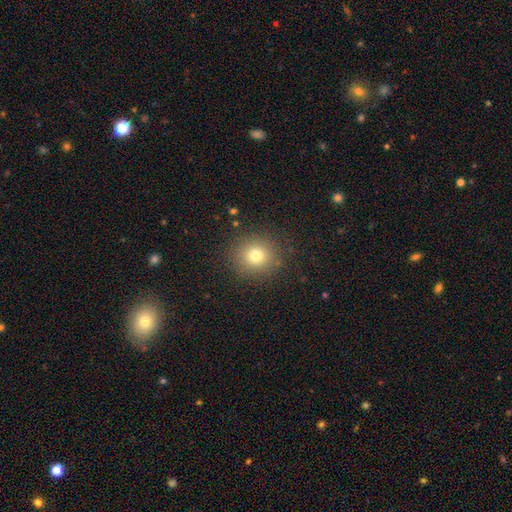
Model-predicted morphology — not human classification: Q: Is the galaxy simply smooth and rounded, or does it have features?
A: smooth — 75%.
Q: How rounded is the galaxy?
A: round — 90%.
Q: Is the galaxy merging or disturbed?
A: none — 88%.